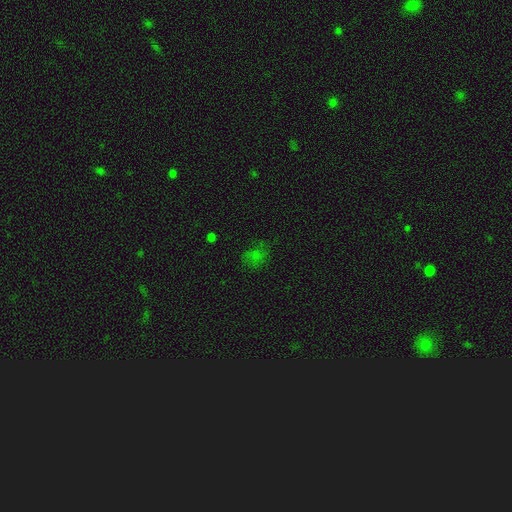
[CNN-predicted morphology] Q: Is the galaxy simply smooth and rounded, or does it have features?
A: smooth — 59%.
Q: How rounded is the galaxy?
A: round — 50%.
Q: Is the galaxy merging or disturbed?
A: none — 59%.